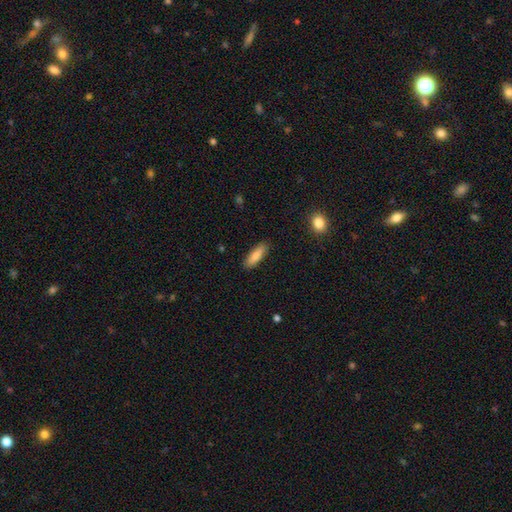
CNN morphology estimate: A smooth galaxy with no disk features (84%) that is cigar-shaped (56%).

Vote fractions:
- Smooth or featured? smooth: 84% / featured or disk: 10% / star or artifact: 6%
- How rounded? cigar-shaped: 56% / in between: 43% / round: 2%
- Merging? none: 87% / minor disturbance: 9% / major disturbance: 2% / merger: 1%